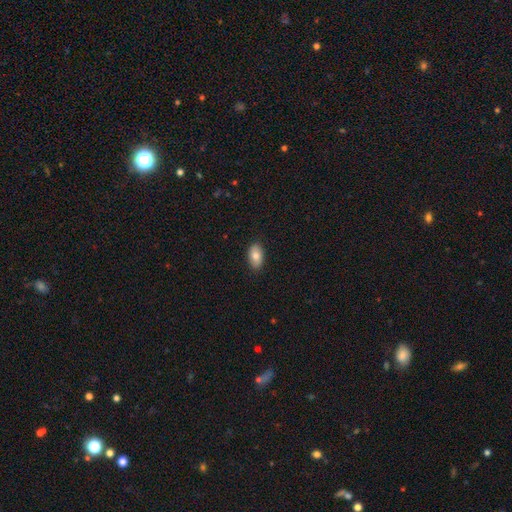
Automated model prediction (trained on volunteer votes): Overall: smooth (80%). How rounded: in between (93%). Merging: none (88%).